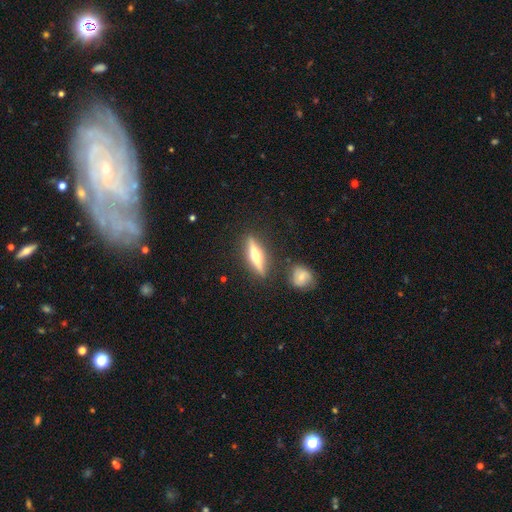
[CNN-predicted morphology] A featured or disk galaxy (65%) viewed edge-on (95%) with a rounded central bulge (91%).

Vote fractions:
- Smooth or featured? featured or disk: 65% / smooth: 29% / star or artifact: 6%
- Edge-on disk? yes: 95% / no: 5%
- Edge-on bulge? rounded: 91% / boxy: 4% / none: 4%
- Merging? none: 86% / minor disturbance: 8% / merger: 4% / major disturbance: 2%